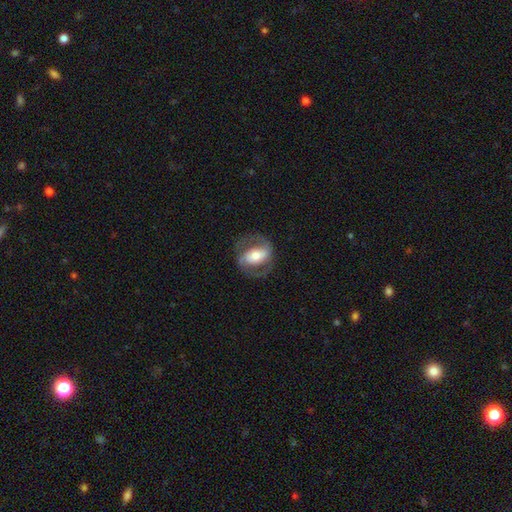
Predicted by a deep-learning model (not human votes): Smooth or featured: featured or disk — 68% (smooth — 26%)
Edge-on disk: no — 94% (yes — 6%)
Bar: strong — 42% (no — 29%)
Spiral arms: yes — 71% (no — 29%)
Bulge size: moderate — 57% (small — 20%)
Merging: none — 74% (minor disturbance — 14%)